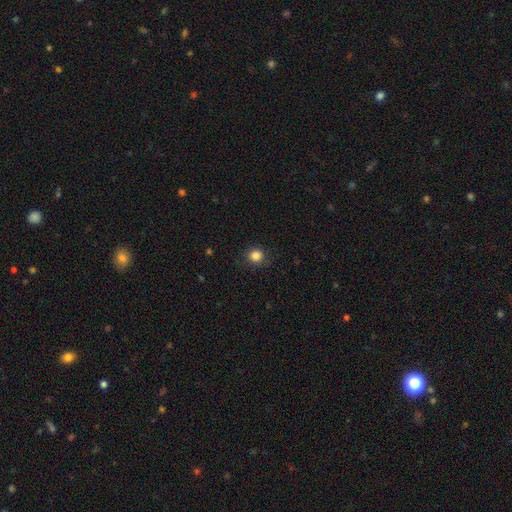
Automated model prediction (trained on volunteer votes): Smooth or featured: smooth — 84% (star or artifact — 11%)
How rounded: round — 85% (in between — 14%)
Merging: none — 82% (minor disturbance — 13%)